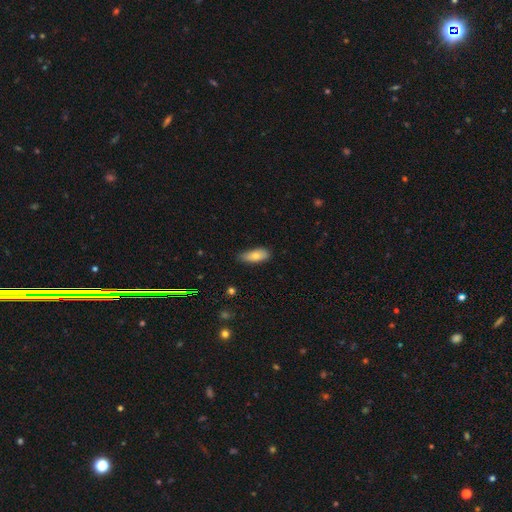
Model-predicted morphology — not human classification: The model was most divided on "merging": none: 70%, minor disturbance: 25%, major disturbance: 3%, merger: 1%. More confident: how rounded — in between (78%); smooth or featured — smooth (75%).